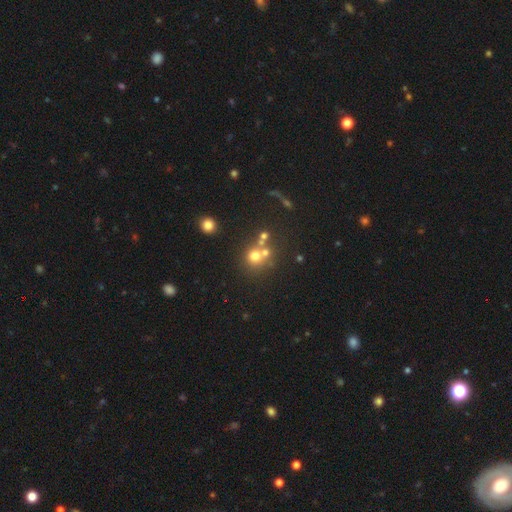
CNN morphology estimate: A smooth galaxy with no disk features (65%) that is round (87%).

Vote fractions:
- Smooth or featured? smooth: 65% / star or artifact: 19% / featured or disk: 16%
- How rounded? round: 87% / in between: 12% / cigar-shaped: 1%
- Merging? none: 51% / merger: 36% / minor disturbance: 8% / major disturbance: 5%